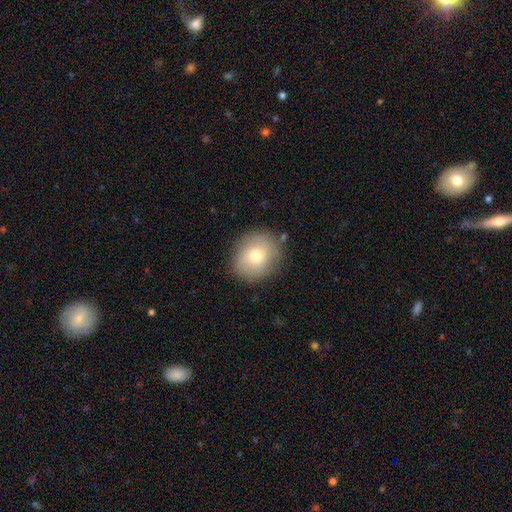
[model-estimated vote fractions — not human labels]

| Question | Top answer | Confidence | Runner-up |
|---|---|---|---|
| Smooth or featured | smooth | 76% | featured or disk (16%) |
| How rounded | round | 68% | in between (31%) |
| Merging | none | 85% | minor disturbance (11%) |